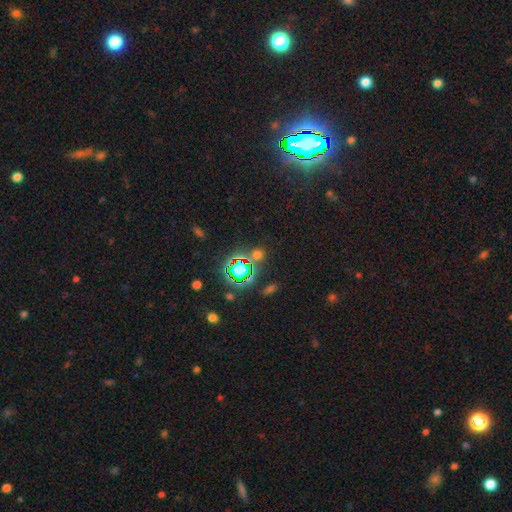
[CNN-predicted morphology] This appears to be a star or artifact, not a galaxy (74%).